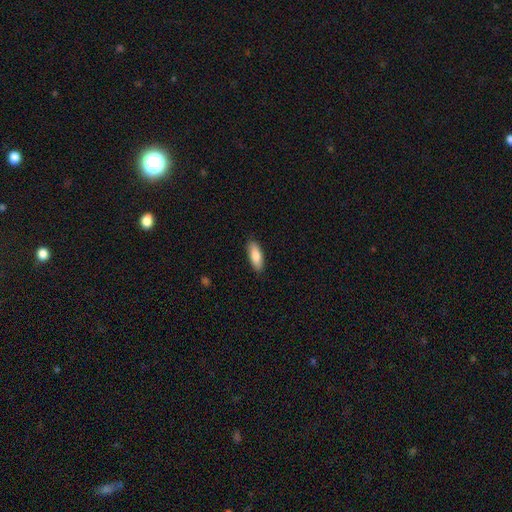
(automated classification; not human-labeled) Overall: smooth (84%). How rounded: in between (64%; cigar-shaped 34%). Merging: none (89%).